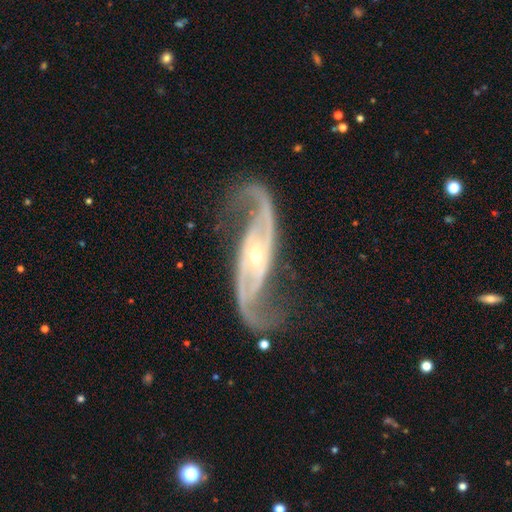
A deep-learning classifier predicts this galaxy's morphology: Smooth or featured? Predicted: featured or disk (p=0.92). Edge-on disk? Predicted: no (p=0.94). Bar? Predicted: no (p=0.45). Spiral arms? Predicted: yes (p=0.98). Spiral winding? Predicted: loose (p=0.52). Spiral arm count? Predicted: 2 (p=0.94). Bulge size? Predicted: small (p=0.80). Merging? Predicted: none (p=0.73).